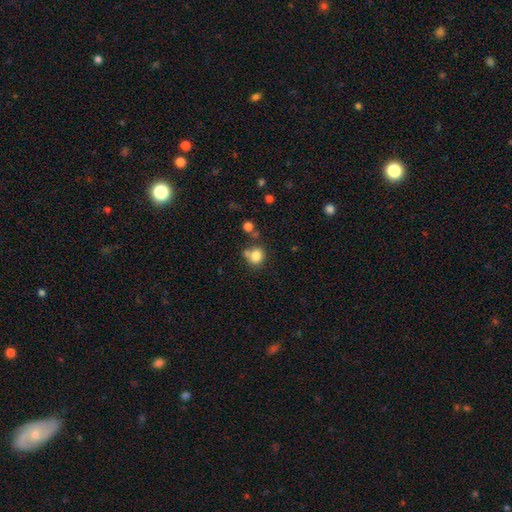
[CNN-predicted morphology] This is clearly a smooth galaxy (82%). How rounded: likely round (76%). Merging: possibly none (58%).